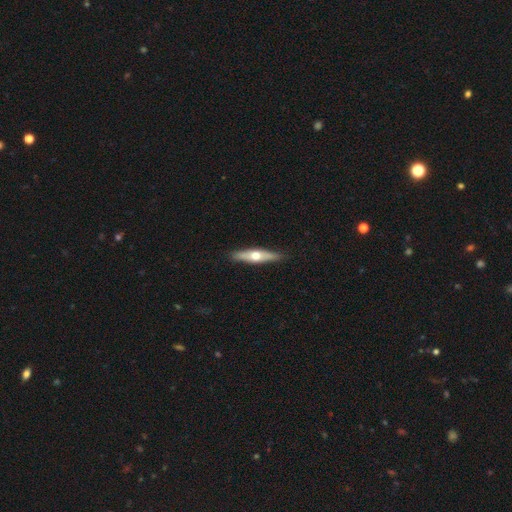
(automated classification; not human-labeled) This appears to be a featured or disk galaxy (56%) viewed edge-on (90%) with a rounded central bulge (94%). Merging: none (89%).